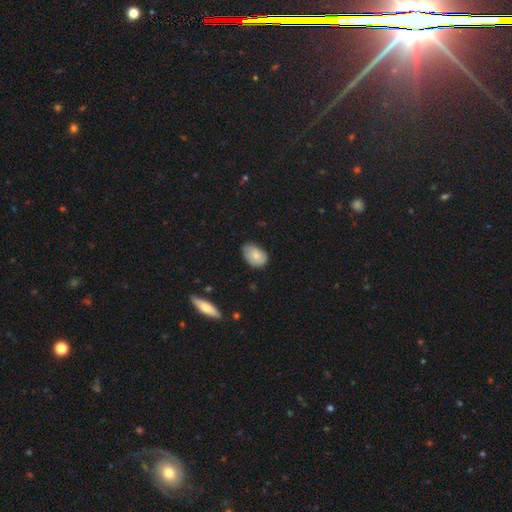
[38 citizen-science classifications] Smooth or featured?
  - smooth: 74% *
  - featured or disk: 21%
  - star or artifact: 5%
How rounded?
  - in between: 86% *
  - round: 14%
  - cigar-shaped: 0%
Merging?
  - none: 56% *
  - minor disturbance: 39%
  - major disturbance: 3%
  - merger: 3%